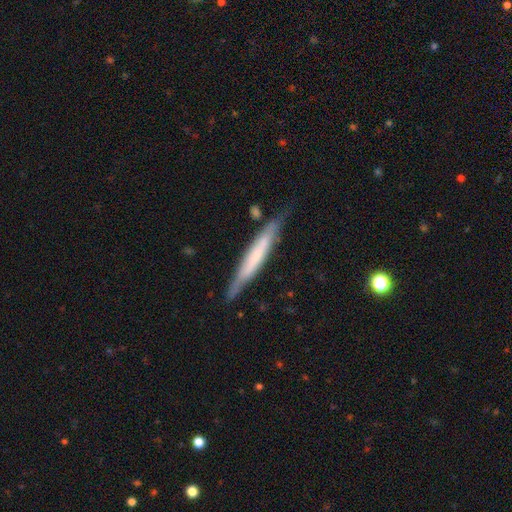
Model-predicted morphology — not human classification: Smooth or featured: featured or disk — 49% (smooth — 45%)
Merging: none — 76% (minor disturbance — 18%)